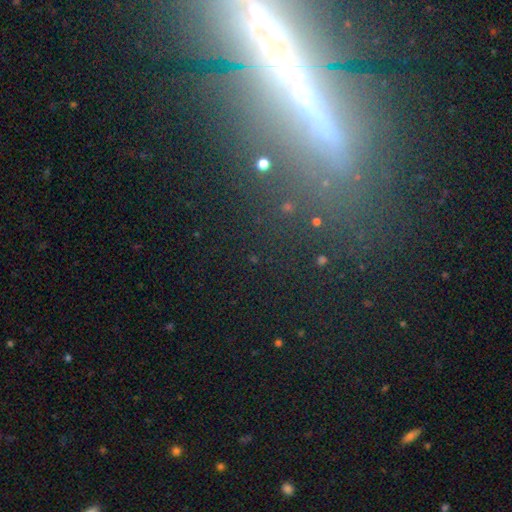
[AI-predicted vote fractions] Smooth or featured? featured or disk (49%)
Merging? none (69%)